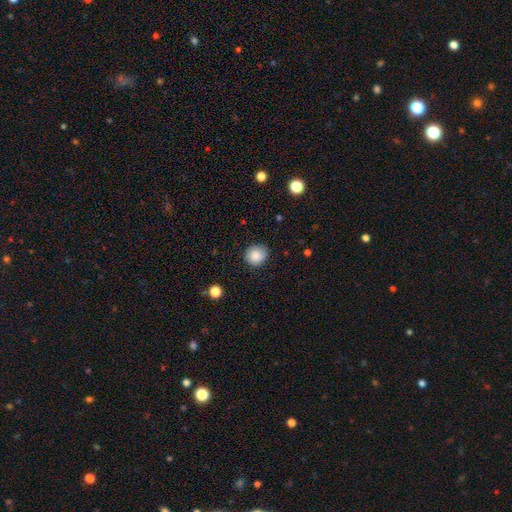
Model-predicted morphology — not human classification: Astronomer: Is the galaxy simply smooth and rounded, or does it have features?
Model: smooth — 86%.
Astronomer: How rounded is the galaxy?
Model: round — 82%.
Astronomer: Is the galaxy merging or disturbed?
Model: none — 86%.